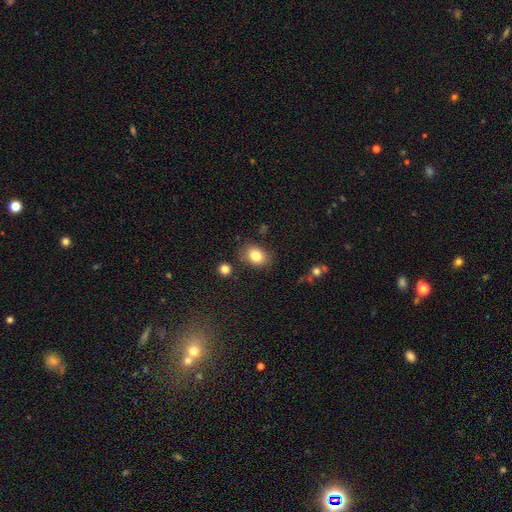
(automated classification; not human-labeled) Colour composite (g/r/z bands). It shows a smooth galaxy with no disk features (84%) that is in between round and cigar-shaped (66%). Merging: none (80%).